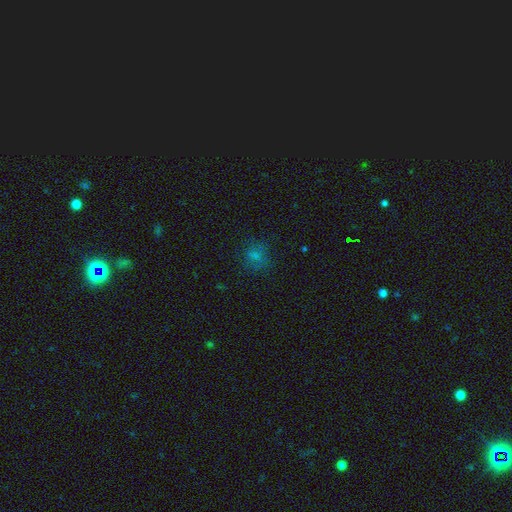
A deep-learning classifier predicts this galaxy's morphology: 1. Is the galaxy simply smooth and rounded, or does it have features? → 66% smooth, 22% star or artifact, 12% featured or disk.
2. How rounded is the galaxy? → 72% round, 26% in between, 1% cigar-shaped.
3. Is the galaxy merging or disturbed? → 71% none, 18% minor disturbance, 10% major disturbance, 2% merger.